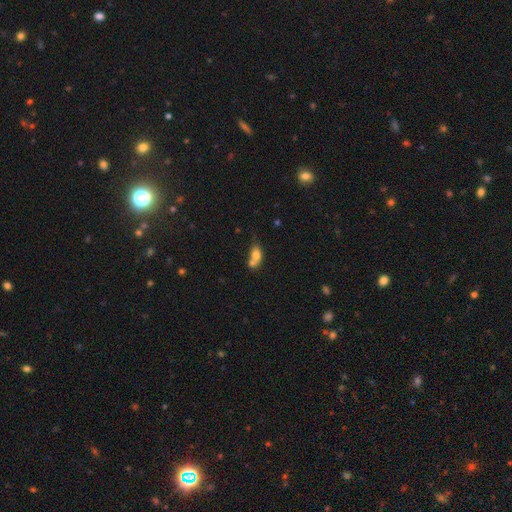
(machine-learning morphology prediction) This appears to be a smooth galaxy with no disk features (73%) that is in between round and cigar-shaped (71%). Merging: merger (56%).